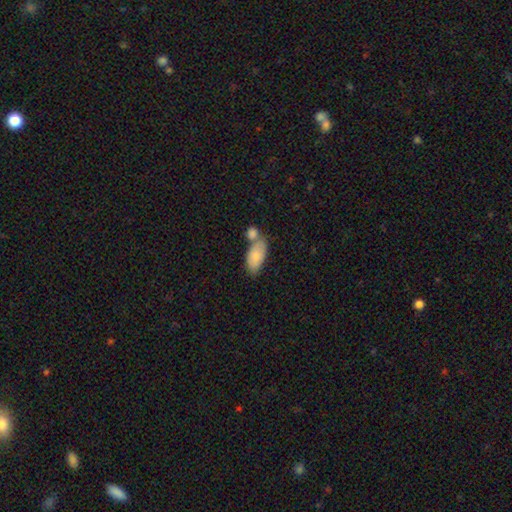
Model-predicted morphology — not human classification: This appears to be a smooth galaxy with no disk features (83%) that is in between round and cigar-shaped (91%). Merging: merger (43%).